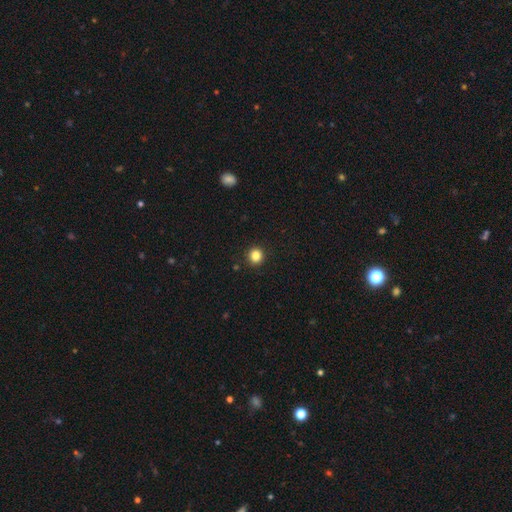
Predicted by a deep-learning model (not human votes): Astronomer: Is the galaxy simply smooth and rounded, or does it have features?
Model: smooth — 84%.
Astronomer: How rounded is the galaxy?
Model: round — 91%.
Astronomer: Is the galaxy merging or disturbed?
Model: none — 92%.